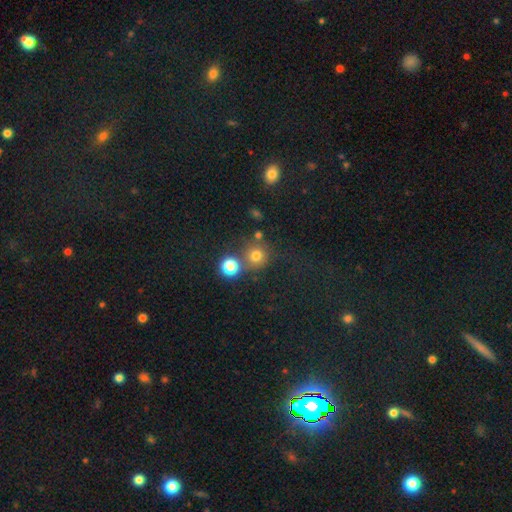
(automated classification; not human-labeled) Q: Smooth or featured?
A: smooth (73%); runner-up: star or artifact (19%)
Q: How rounded?
A: round (91%); runner-up: in between (8%)
Q: Merging?
A: none (64%); runner-up: merger (21%)